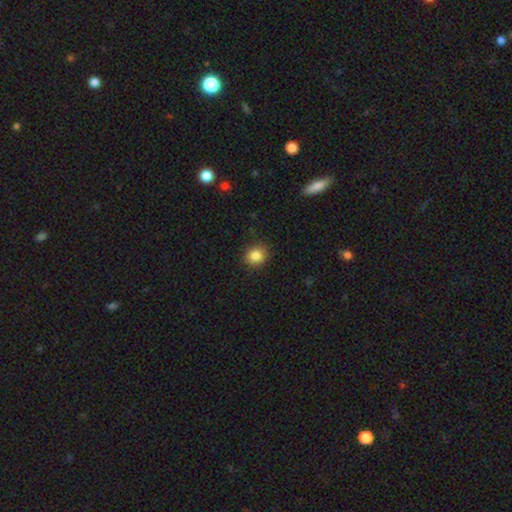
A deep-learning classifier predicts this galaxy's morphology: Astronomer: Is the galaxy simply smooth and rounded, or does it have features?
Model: smooth — 85%.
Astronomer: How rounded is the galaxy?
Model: round — 82%.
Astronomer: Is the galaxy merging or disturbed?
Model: none — 89%.